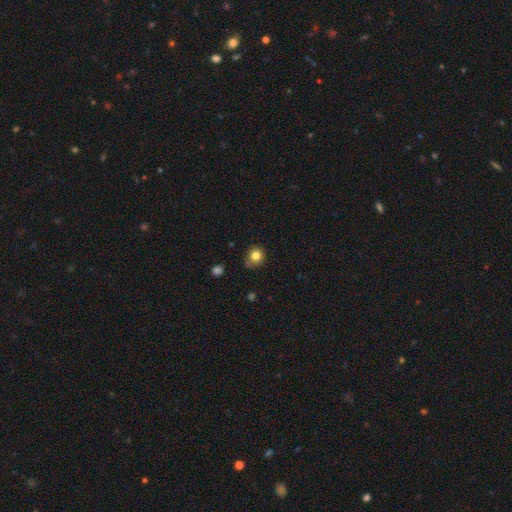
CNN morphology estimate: The model was most divided on "merging": none: 74%, minor disturbance: 20%, major disturbance: 4%, merger: 3%. More confident: how rounded — round (86%); smooth or featured — smooth (80%).